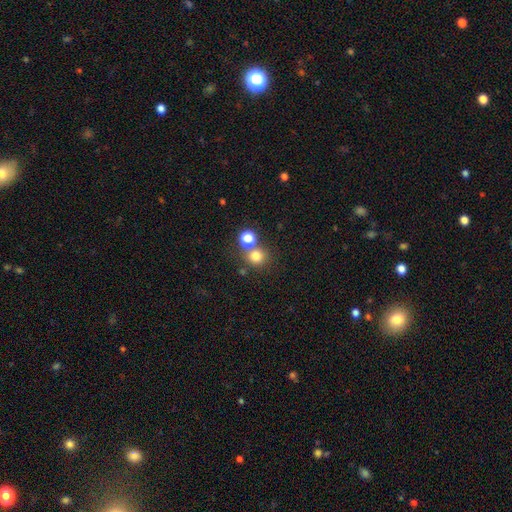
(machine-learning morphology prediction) Smooth or featured: smooth — 76% (star or artifact — 16%)
How rounded: round — 88% (in between — 11%)
Merging: none — 63% (merger — 26%)